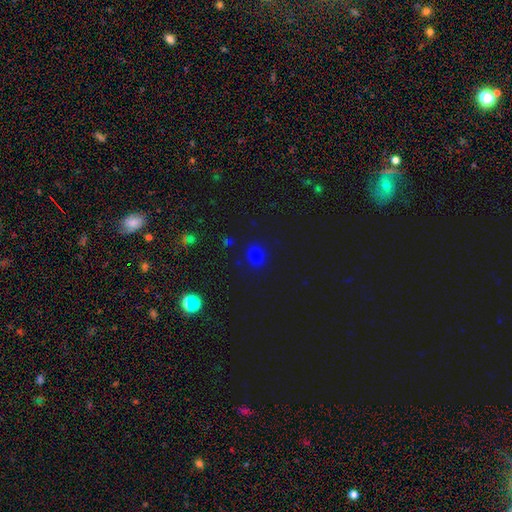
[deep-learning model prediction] This appears to be a smooth galaxy with no disk features (74%) that is round (75%). Merging: none (86%).